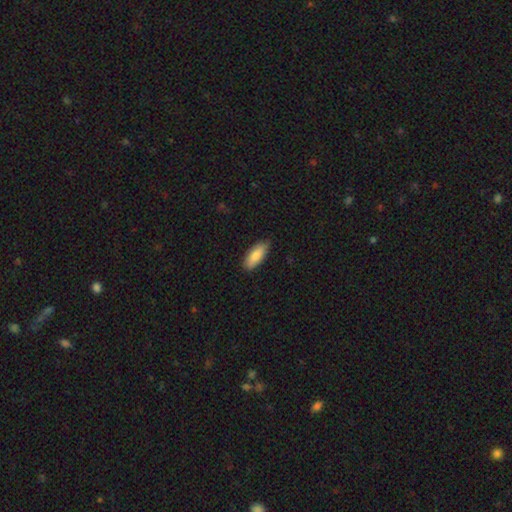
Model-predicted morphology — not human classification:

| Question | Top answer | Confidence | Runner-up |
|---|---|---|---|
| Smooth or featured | smooth | 85% | featured or disk (9%) |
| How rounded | in between | 75% | cigar-shaped (23%) |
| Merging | none | 83% | minor disturbance (14%) |